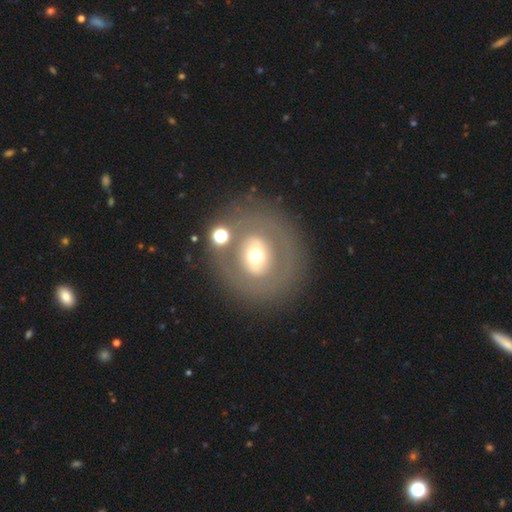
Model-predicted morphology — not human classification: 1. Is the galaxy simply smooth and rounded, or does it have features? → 46% featured or disk, 44% smooth, 10% star or artifact.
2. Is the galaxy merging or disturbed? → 76% none, 10% minor disturbance, 8% major disturbance, 6% merger.